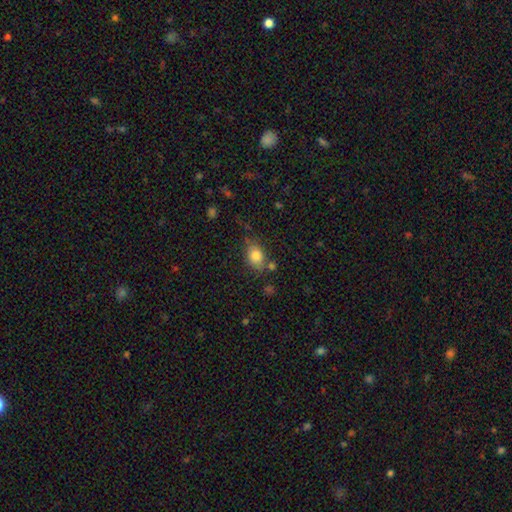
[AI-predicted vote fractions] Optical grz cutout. It shows a smooth galaxy with no disk features (81%) that is in between round and cigar-shaped (71%). Merging: none (69%).